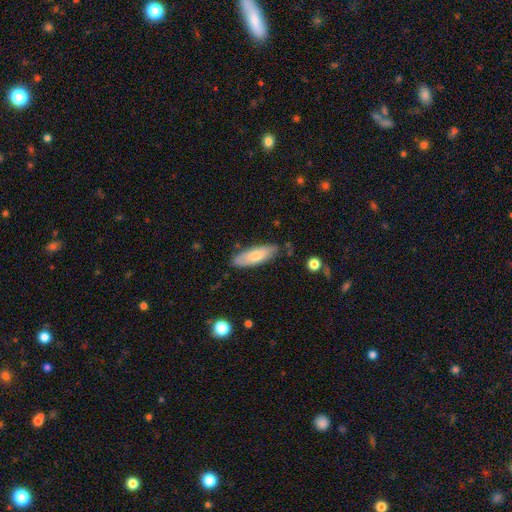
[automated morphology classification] This is likely a smooth galaxy (70%). How rounded: possibly in between (56%). Merging: clearly none (81%).